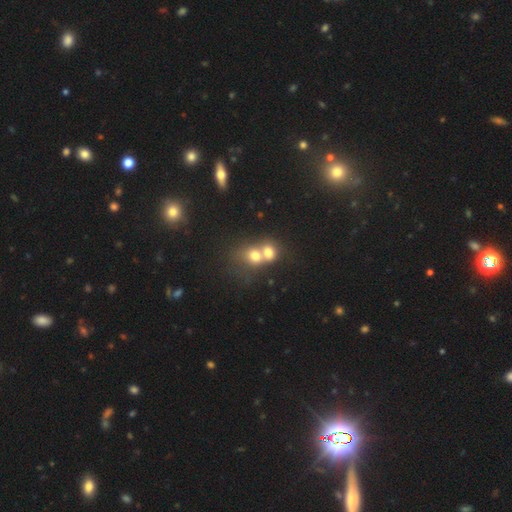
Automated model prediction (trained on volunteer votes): Morphology: type=smooth (69%); roundness=round (64%); merging=merger (73%).